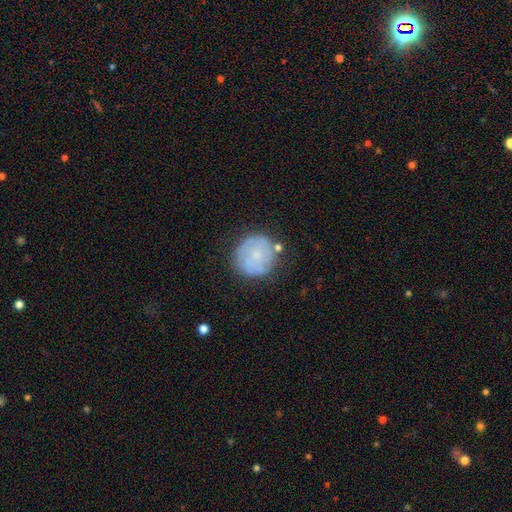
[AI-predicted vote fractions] Smooth or featured: smooth — 50% (featured or disk — 42%)
How rounded: round — 90% (in between — 9%)
Merging: none — 70% (minor disturbance — 19%)